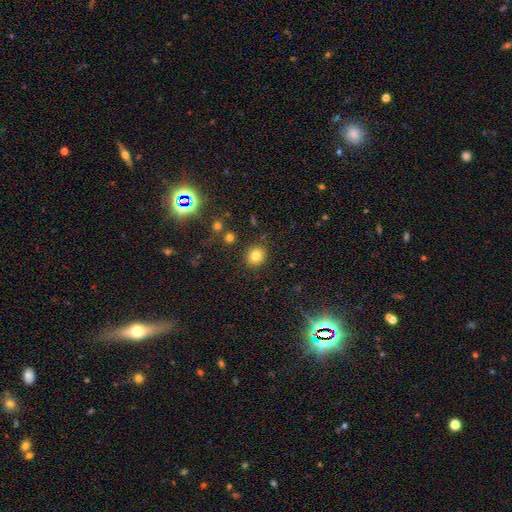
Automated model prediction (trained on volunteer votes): Morphology: type=smooth (79%); roundness=round (80%); merging=none (88%).